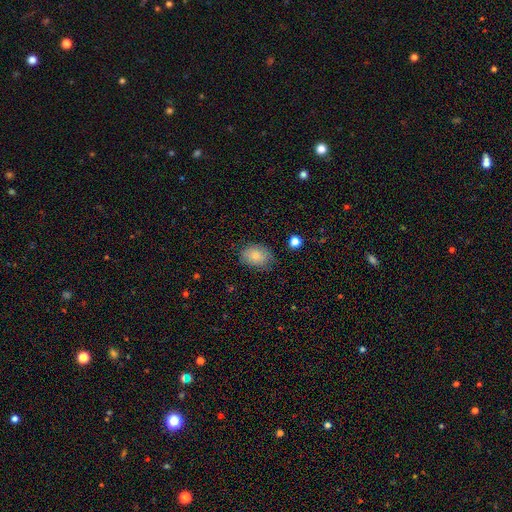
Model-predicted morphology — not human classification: Smooth or featured? Predicted: smooth (p=0.81). How rounded? Predicted: in between (p=0.74). Merging? Predicted: none (p=0.76).